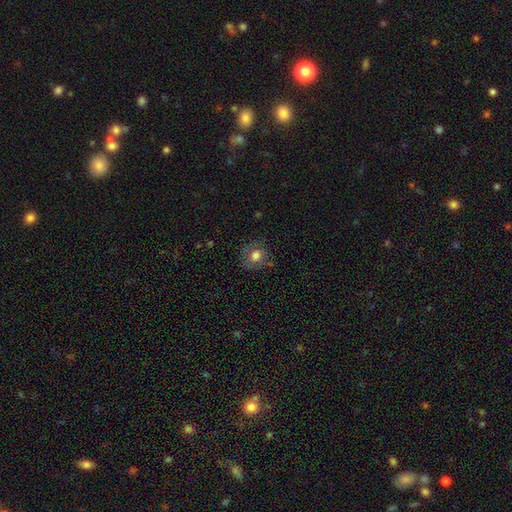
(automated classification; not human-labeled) smooth_or_featured: smooth (p=0.69) [alt: featured or disk p=0.21]
how_rounded: round (p=0.76) [alt: in between p=0.23]
merging: none (p=0.71) [alt: minor disturbance p=0.19]